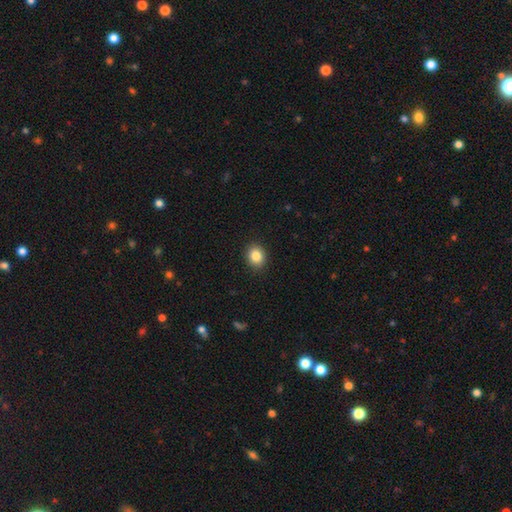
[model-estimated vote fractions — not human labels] Overall: smooth (85%). How rounded: round (58%; in between 41%). Merging: none (90%).